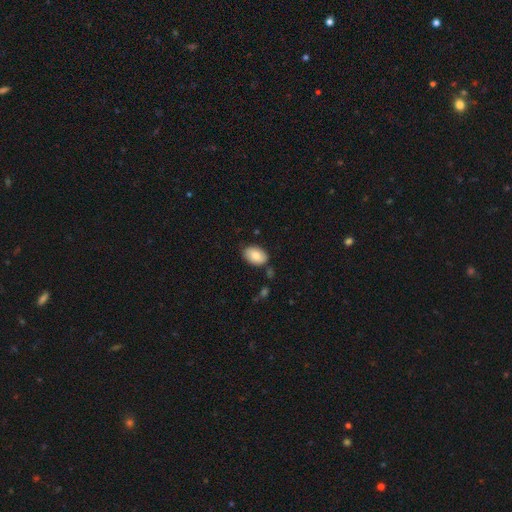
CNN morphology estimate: Smooth or featured? smooth (85%)
How rounded? in between (91%)
Merging? none (80%)